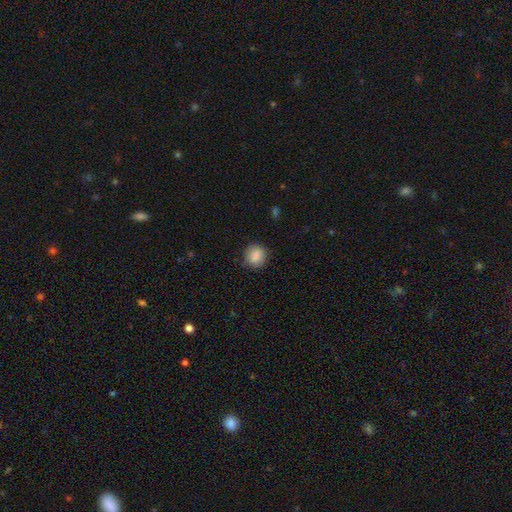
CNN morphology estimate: Smooth or featured?
  - smooth: 87% *
  - star or artifact: 8%
  - featured or disk: 5%
How rounded?
  - round: 81% *
  - in between: 18%
  - cigar-shaped: 1%
Merging?
  - none: 86% *
  - minor disturbance: 10%
  - major disturbance: 3%
  - merger: 1%